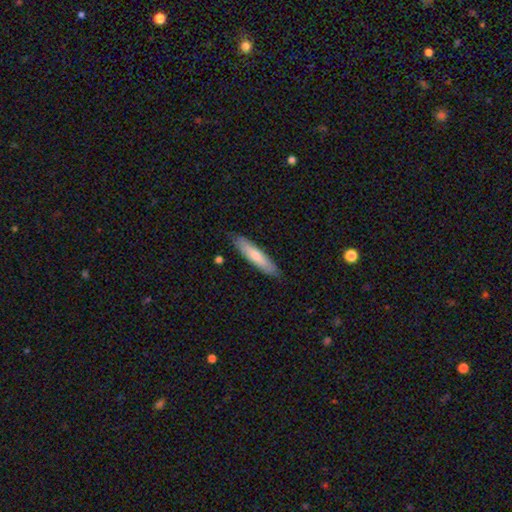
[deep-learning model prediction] Morphology: type=smooth (73%); roundness=cigar-shaped (81%); merging=none (86%).